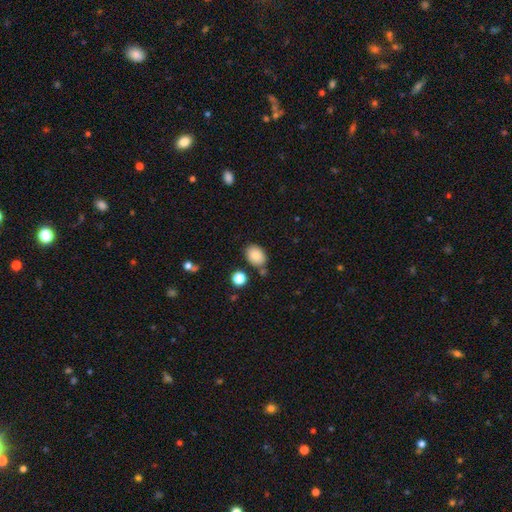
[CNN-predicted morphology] Overall: smooth (86%). How rounded: in between (76%). Merging: none (74%).